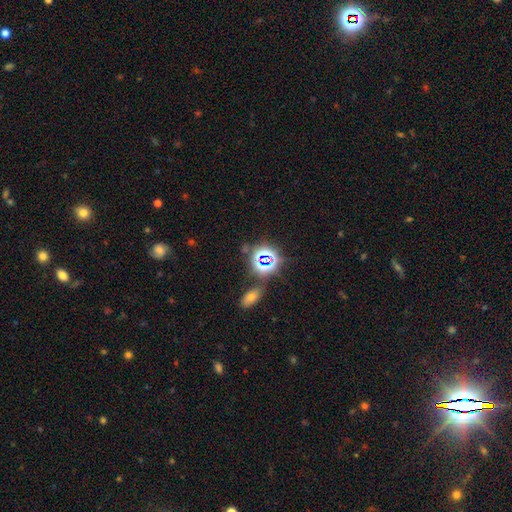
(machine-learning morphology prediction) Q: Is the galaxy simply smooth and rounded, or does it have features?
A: star or artifact — 72%.